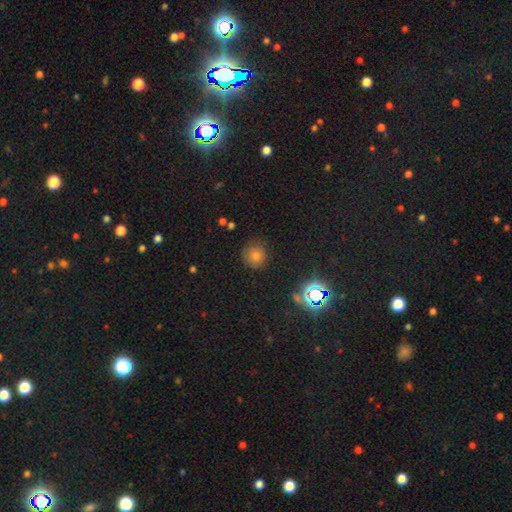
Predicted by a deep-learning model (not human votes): This is likely a smooth galaxy (64%). How rounded: clearly round (91%). Merging: clearly none (82%).